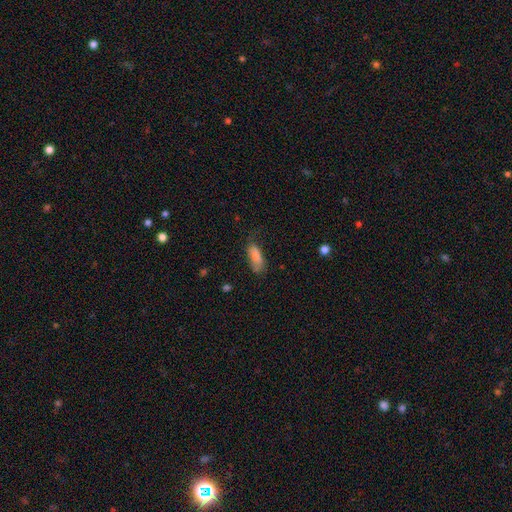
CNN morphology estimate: smooth 83%, featured or disk 9%, star or artifact 8%. Down the decision tree: how rounded — in between (76%); merging — none (52%).